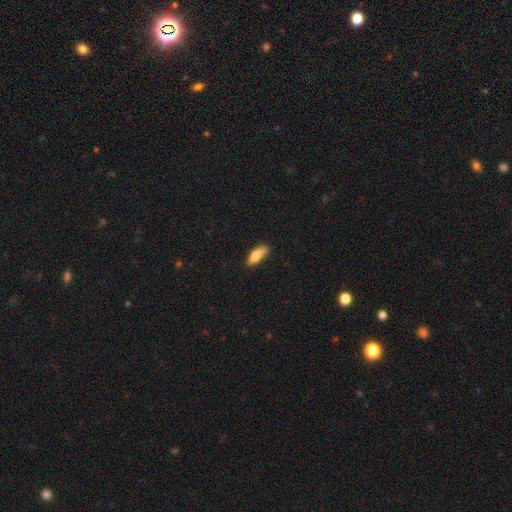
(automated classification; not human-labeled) Smooth or featured?
  - smooth: 77% *
  - featured or disk: 17%
  - star or artifact: 6%
How rounded?
  - in between: 66% *
  - cigar-shaped: 32%
  - round: 2%
Merging?
  - none: 71% *
  - minor disturbance: 22%
  - major disturbance: 4%
  - merger: 3%